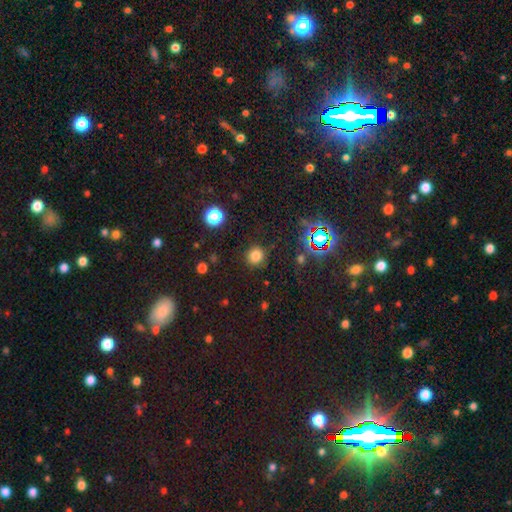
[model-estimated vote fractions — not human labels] smooth_or_featured: smooth (p=0.78) [alt: star or artifact p=0.17]
how_rounded: round (p=0.91) [alt: in between p=0.08]
merging: none (p=0.88) [alt: minor disturbance p=0.08]